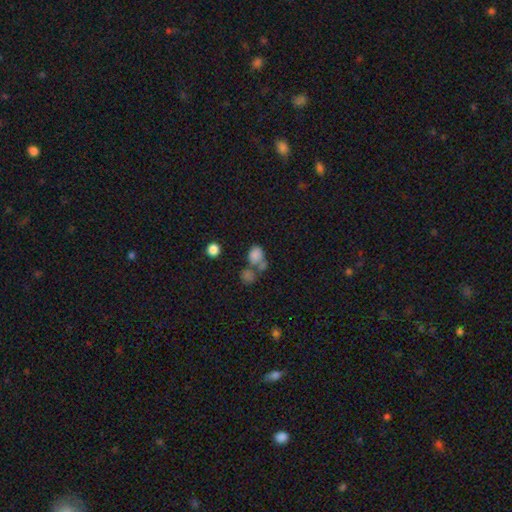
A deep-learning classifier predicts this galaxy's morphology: Q: Smooth or featured?
A: smooth (78%); runner-up: star or artifact (12%)
Q: How rounded?
A: in between (53%); runner-up: round (46%)
Q: Merging?
A: merger (50%); runner-up: none (30%)